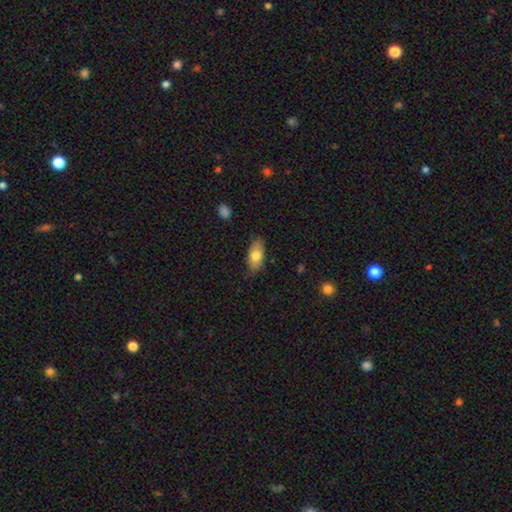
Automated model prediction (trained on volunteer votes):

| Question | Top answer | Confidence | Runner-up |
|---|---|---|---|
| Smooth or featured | smooth | 77% | featured or disk (17%) |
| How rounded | in between | 90% | cigar-shaped (6%) |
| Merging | none | 75% | minor disturbance (20%) |